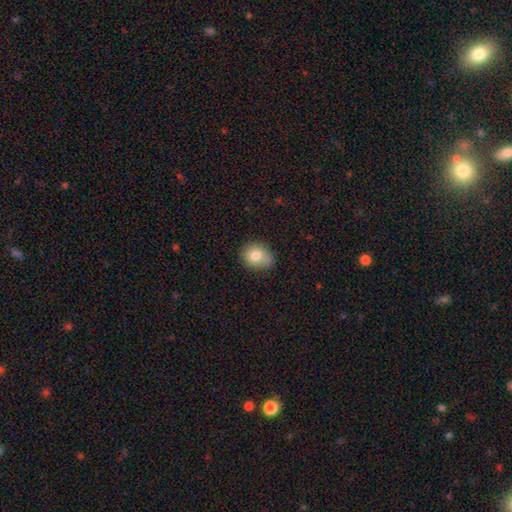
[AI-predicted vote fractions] smooth-or-featured: smooth: 79% | featured or disk: 11% | star or artifact: 9%
  how-rounded: round: 51% | in between: 48% | cigar-shaped: 1%
  merging: none: 69% | minor disturbance: 24% | major disturbance: 5% | merger: 2%